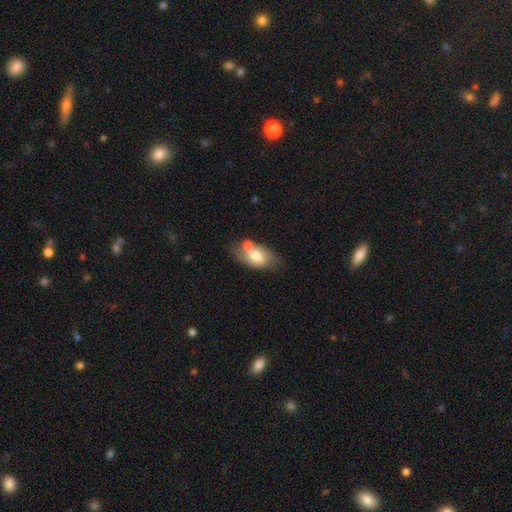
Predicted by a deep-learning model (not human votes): smooth_or_featured: smooth (p=0.66) [alt: featured or disk p=0.27]
how_rounded: in between (p=0.91) [alt: round p=0.07]
merging: none (p=0.49) [alt: merger p=0.26]